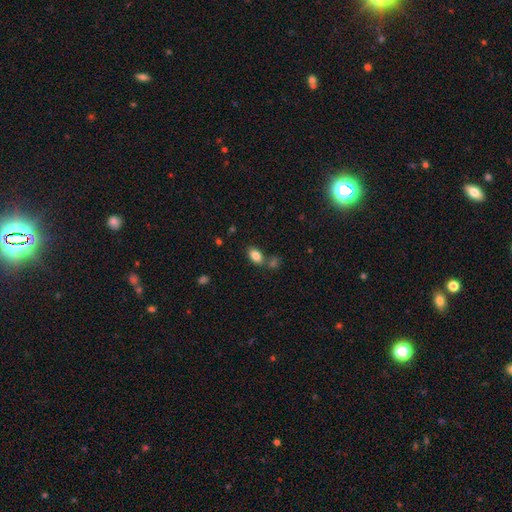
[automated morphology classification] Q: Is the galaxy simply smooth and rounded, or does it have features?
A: smooth — 84%.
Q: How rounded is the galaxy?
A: in between — 91%.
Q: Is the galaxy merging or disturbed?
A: none — 67%.